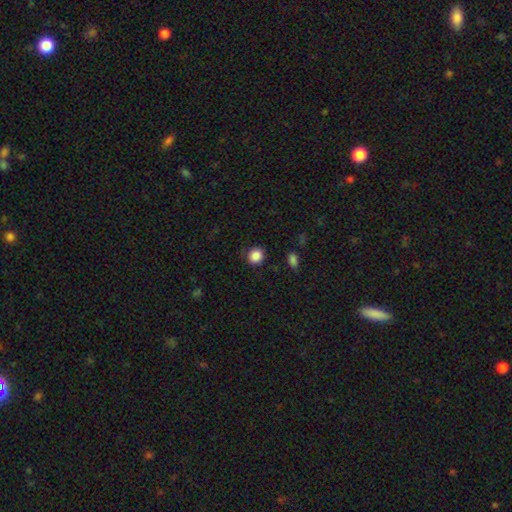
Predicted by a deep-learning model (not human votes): smooth-or-featured: smooth: 87% | star or artifact: 10% | featured or disk: 4%
  how-rounded: round: 85% | in between: 14% | cigar-shaped: 1%
  merging: none: 86% | minor disturbance: 9% | major disturbance: 3% | merger: 1%